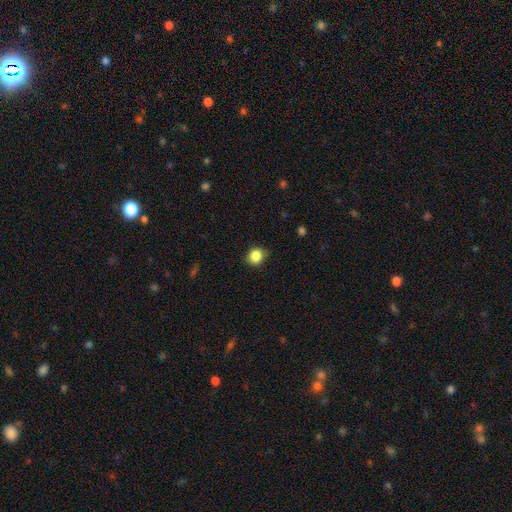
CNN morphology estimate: smooth 86%, star or artifact 10%, featured or disk 5%. Down the decision tree: how rounded — round (69%); merging — none (77%).